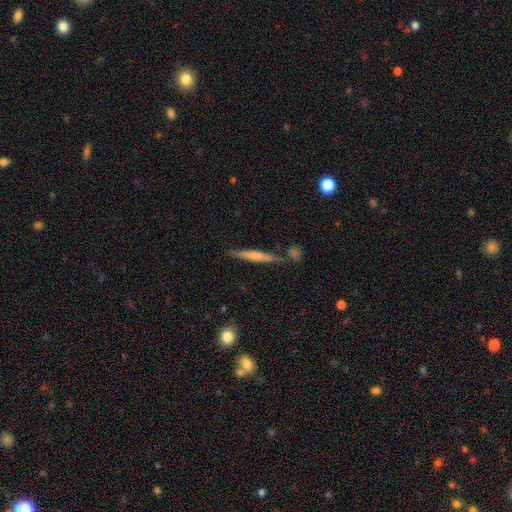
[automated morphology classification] A smooth galaxy with no disk features (53%) that is cigar-shaped (94%). Merging: none (77%).